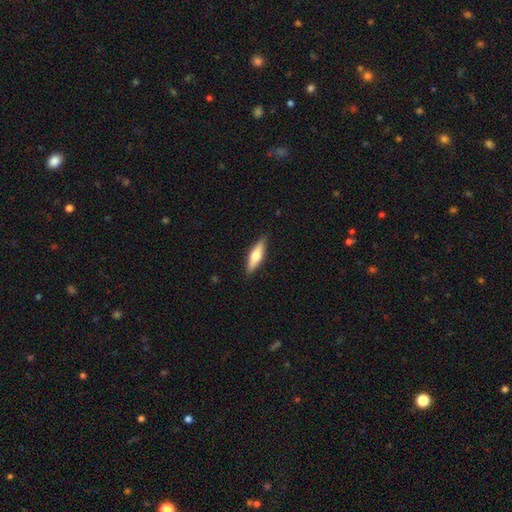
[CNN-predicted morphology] smooth 52%, featured or disk 43%, star or artifact 6%. Down the decision tree: how rounded — cigar-shaped (62%); merging — none (89%).